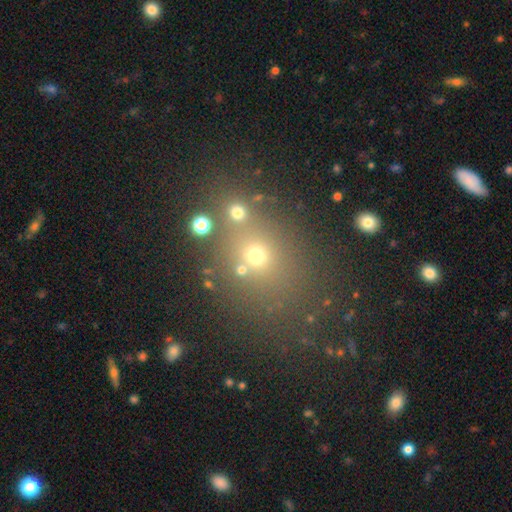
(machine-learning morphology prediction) smooth-or-featured: smooth: 52% | star or artifact: 34% | featured or disk: 14%
  how-rounded: round: 60% | in between: 38% | cigar-shaped: 2%
  merging: none: 70% | merger: 13% | minor disturbance: 11% | major disturbance: 6%